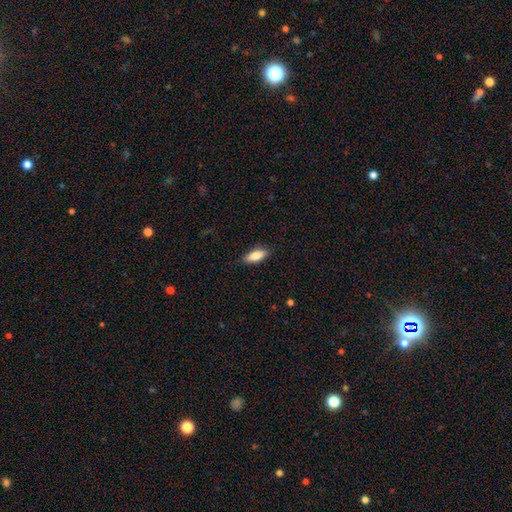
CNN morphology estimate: Smooth or featured: smooth — 81% (featured or disk — 13%)
How rounded: in between — 70% (cigar-shaped — 28%)
Merging: none — 86% (minor disturbance — 10%)